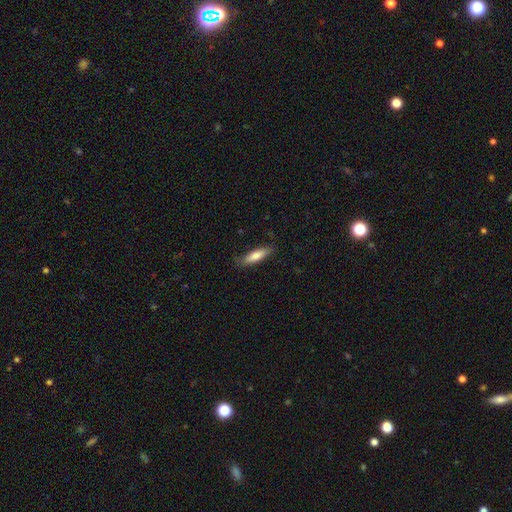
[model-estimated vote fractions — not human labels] smooth_or_featured: smooth (p=0.75) [alt: featured or disk p=0.20]
how_rounded: cigar-shaped (p=0.68) [alt: in between p=0.31]
merging: none (p=0.81) [alt: minor disturbance p=0.16]